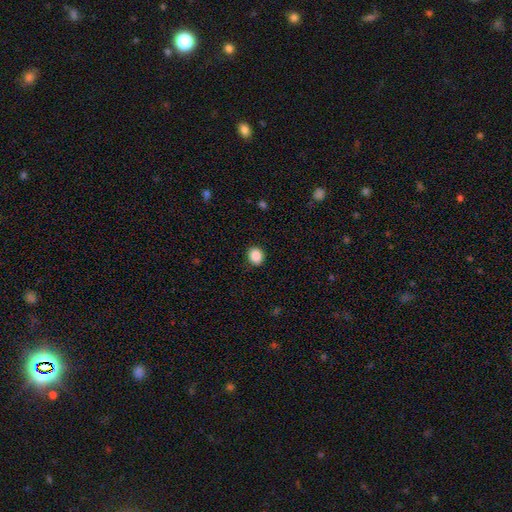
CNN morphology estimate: A smooth galaxy with no disk features (89%) that is round (63%). Merging: none (88%).